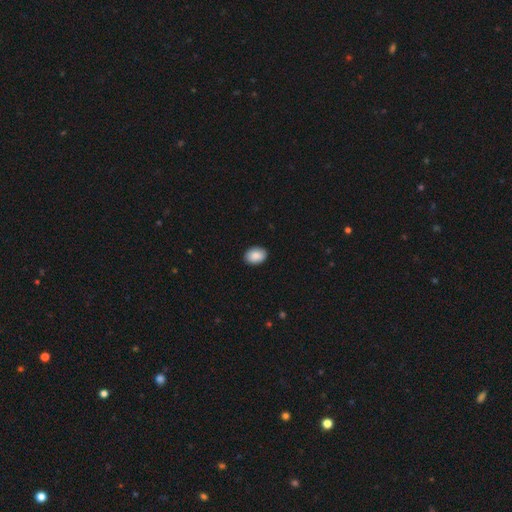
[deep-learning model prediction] smooth_or_featured: smooth (p=0.89) [alt: star or artifact p=0.07]
how_rounded: in between (p=0.75) [alt: round p=0.24]
merging: none (p=0.90) [alt: minor disturbance p=0.08]